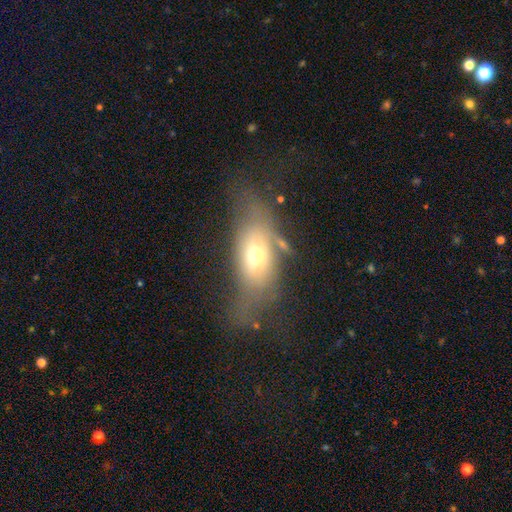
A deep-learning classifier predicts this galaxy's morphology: This is possibly a smooth galaxy (55%). How rounded: likely in between (79%). Merging: marginally none (36%).